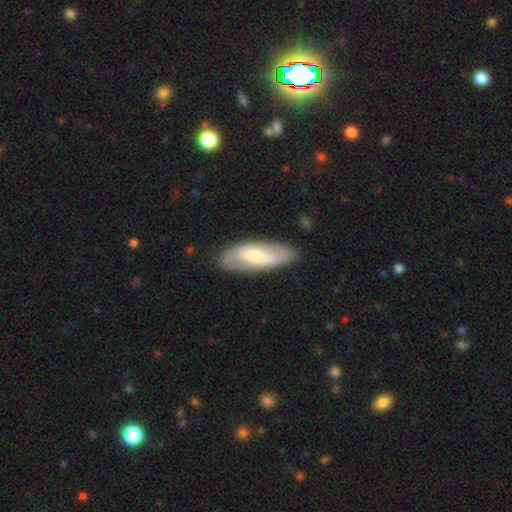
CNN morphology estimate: smooth-or-featured: smooth: 51% | featured or disk: 43% | star or artifact: 6%
  how-rounded: in between: 69% | cigar-shaped: 29% | round: 2%
  merging: none: 82% | minor disturbance: 13% | major disturbance: 3% | merger: 2%